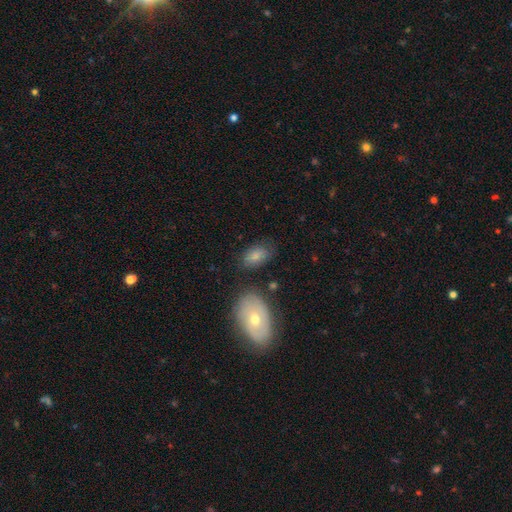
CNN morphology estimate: Smooth or featured? Predicted: smooth (p=0.80). How rounded? Predicted: in between (p=0.91). Merging? Predicted: none (p=0.70).